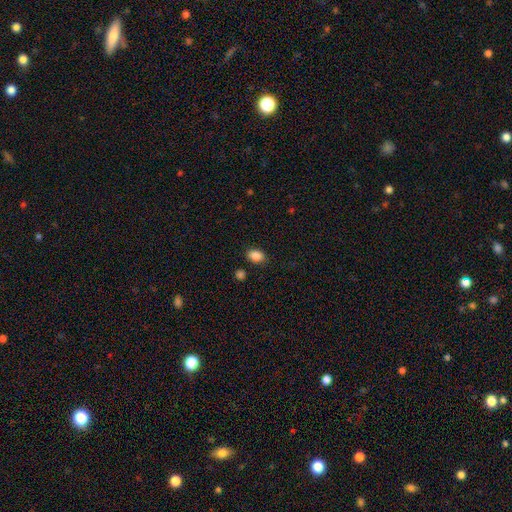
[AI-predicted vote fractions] Smooth or featured? Predicted: smooth (p=0.87). How rounded? Predicted: in between (p=0.71). Merging? Predicted: none (p=0.82).